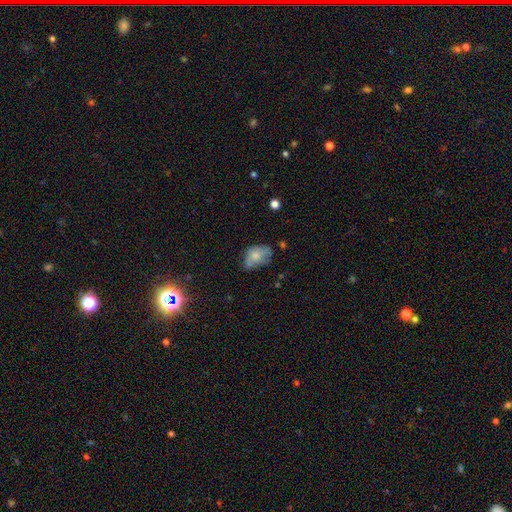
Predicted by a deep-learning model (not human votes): A smooth galaxy with no disk features (65%) that is in between round and cigar-shaped (78%).

Vote fractions:
- Smooth or featured? smooth: 65% / featured or disk: 25% / star or artifact: 10%
- How rounded? in between: 78% / round: 21% / cigar-shaped: 1%
- Merging? none: 38% / minor disturbance: 37% / major disturbance: 18% / merger: 6%